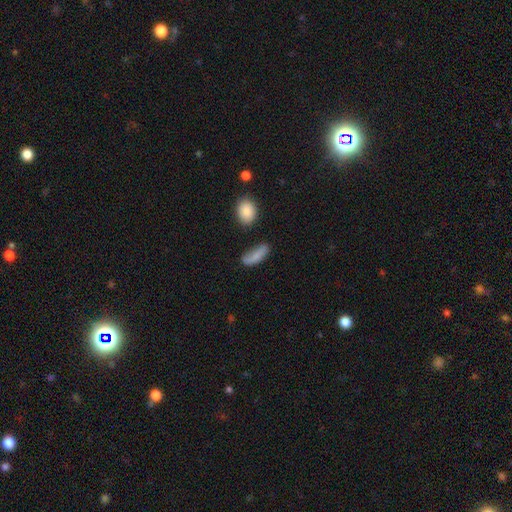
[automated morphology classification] A smooth galaxy with no disk features (74%) that is in between round and cigar-shaped (72%). Merging: none (51%).